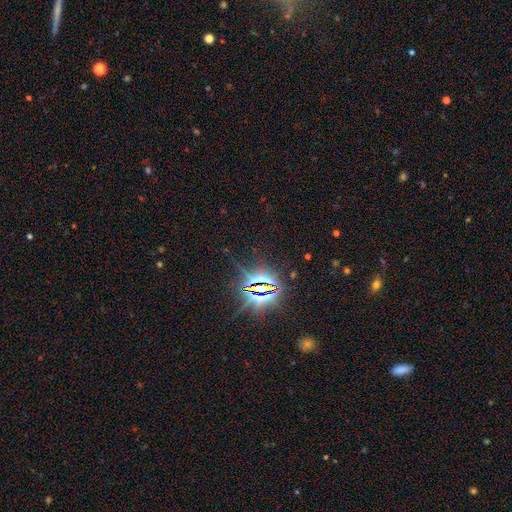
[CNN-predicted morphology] Overall: star or artifact (84%).